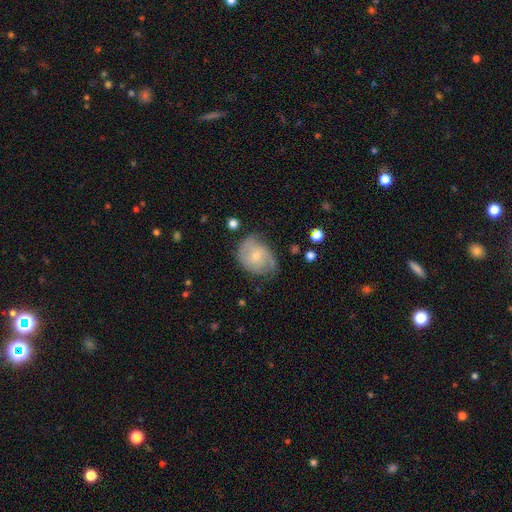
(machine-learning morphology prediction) This is likely a featured or disk galaxy (60%). It is clearly not viewed edge-on (97%). Bar: likely no (65%). Spiral arm pattern: clearly yes (85%). Central bulge: likely small (61%). Merging: possibly none (56%).